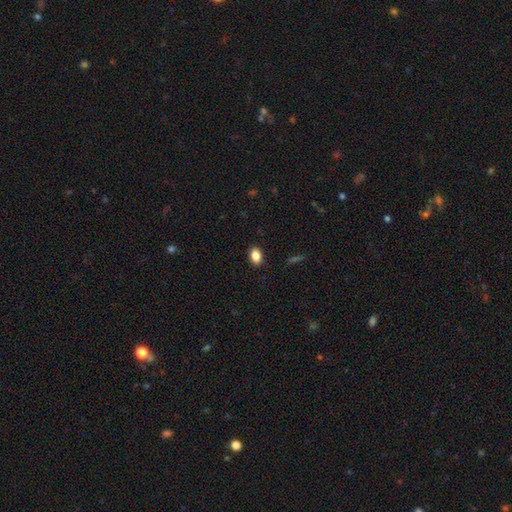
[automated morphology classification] Smooth or featured? Predicted: smooth (p=0.87). How rounded? Predicted: in between (p=0.81). Merging? Predicted: none (p=0.89).